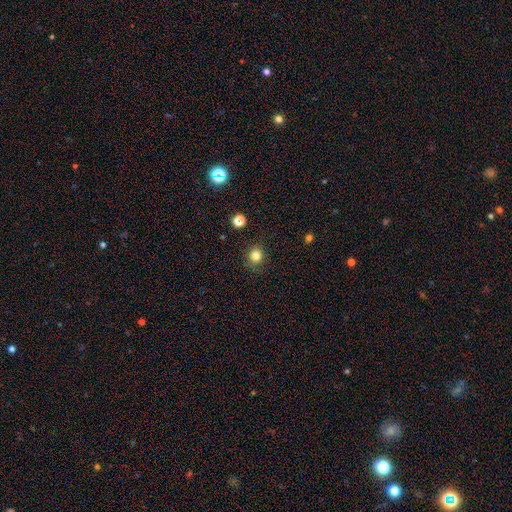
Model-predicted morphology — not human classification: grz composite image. It shows a smooth galaxy with no disk features (80%) that is round (85%). Merging: none (84%).